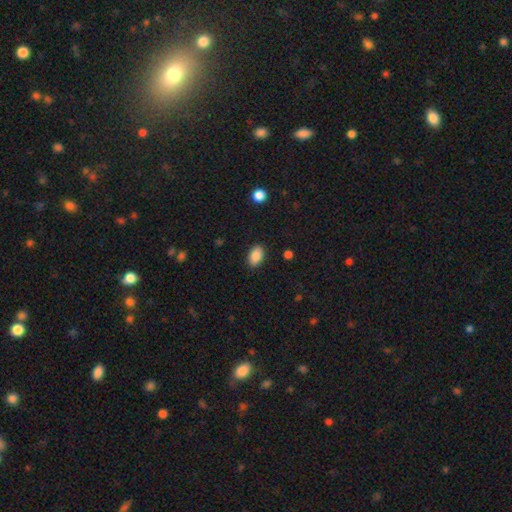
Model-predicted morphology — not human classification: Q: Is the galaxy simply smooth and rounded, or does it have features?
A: smooth — 88%.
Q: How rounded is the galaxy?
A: in between — 88%.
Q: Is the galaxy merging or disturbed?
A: none — 89%.